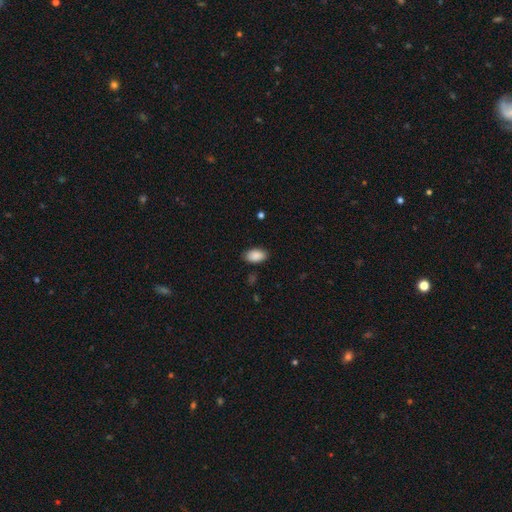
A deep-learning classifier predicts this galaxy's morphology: Smooth or featured? Predicted: smooth (p=0.90). How rounded? Predicted: in between (p=0.94). Merging? Predicted: none (p=0.85).